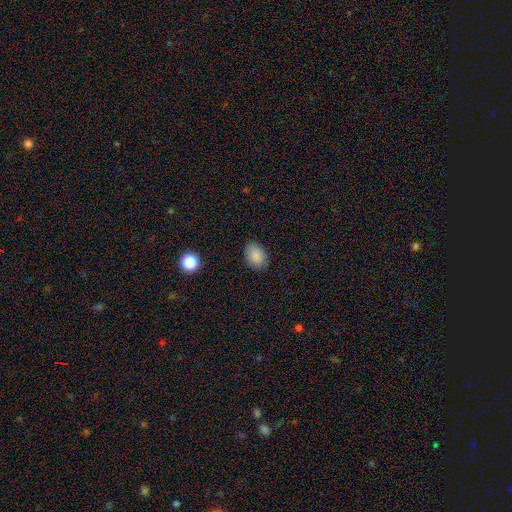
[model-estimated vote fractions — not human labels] smooth-or-featured: smooth: 87% | star or artifact: 8% | featured or disk: 4%
  how-rounded: in between: 79% | round: 20% | cigar-shaped: 1%
  merging: none: 85% | minor disturbance: 11% | major disturbance: 3% | merger: 1%